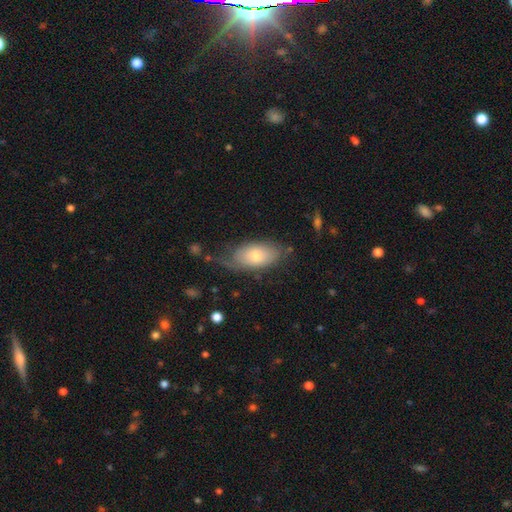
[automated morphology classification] This appears to be a smooth galaxy with no disk features (64%) that is in between round and cigar-shaped (92%). Merging: none (51%).